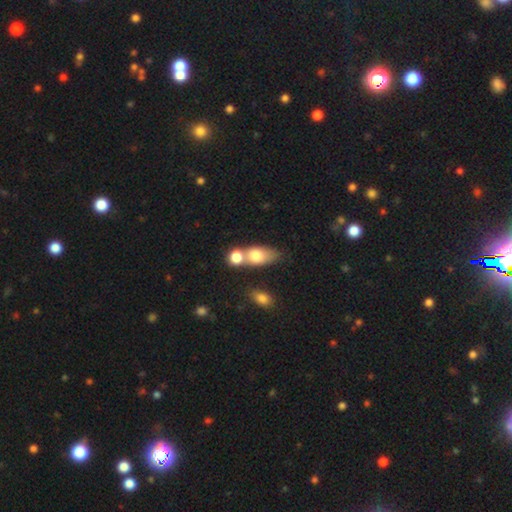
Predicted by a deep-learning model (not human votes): Smooth or featured? smooth (75%)
How rounded? in between (73%)
Merging? merger (57%)